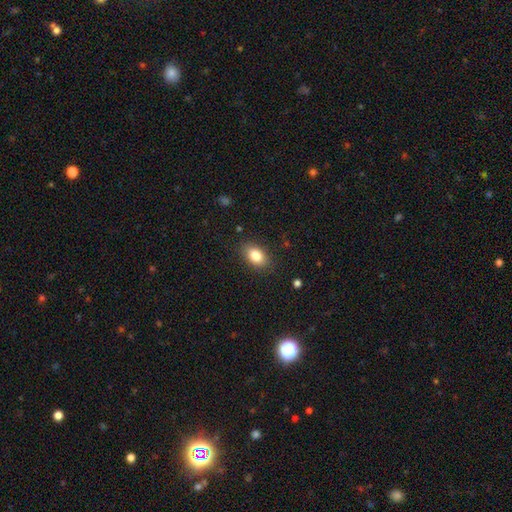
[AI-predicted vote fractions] Q: Smooth or featured?
A: smooth (84%); runner-up: featured or disk (8%)
Q: How rounded?
A: in between (86%); runner-up: round (12%)
Q: Merging?
A: none (86%); runner-up: minor disturbance (11%)